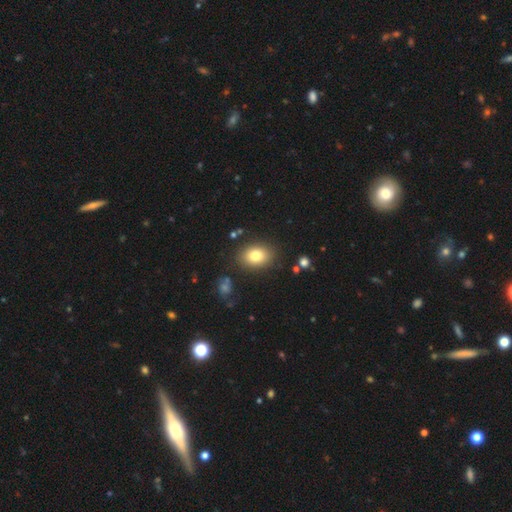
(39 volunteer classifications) Overall: smooth (85%). How rounded: in between (61%; round 36%). Merging: none (94%).